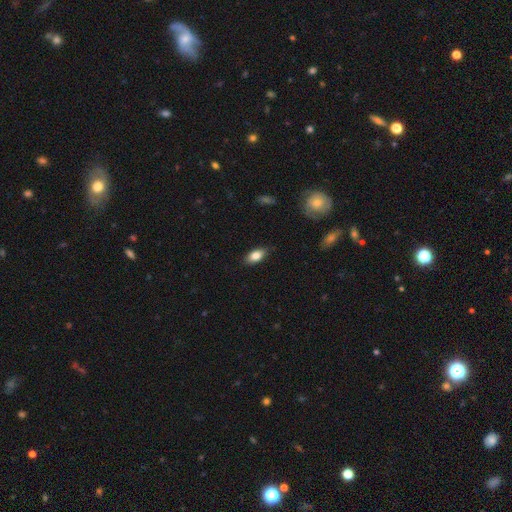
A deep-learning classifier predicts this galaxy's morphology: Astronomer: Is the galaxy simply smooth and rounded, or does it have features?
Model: smooth — 81%.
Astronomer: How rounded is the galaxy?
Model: in between — 89%.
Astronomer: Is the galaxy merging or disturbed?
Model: none — 84%.